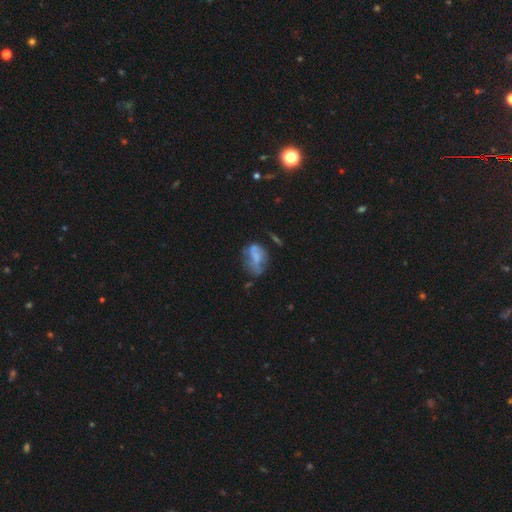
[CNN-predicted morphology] Smooth or featured: smooth — 50% (featured or disk — 40%)
Merging: none — 35% (minor disturbance — 29%)